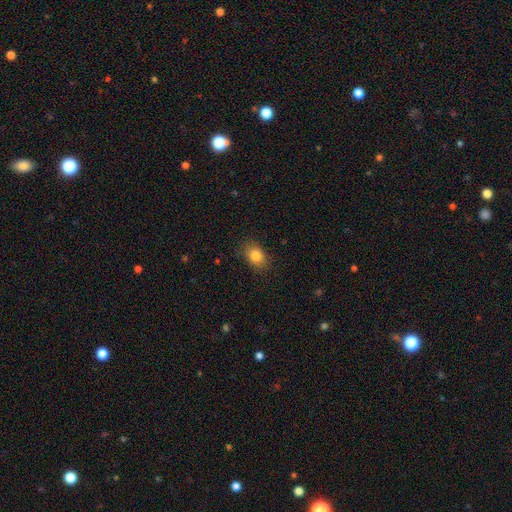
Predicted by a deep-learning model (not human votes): This appears to be a smooth galaxy with no disk features (83%) that is in between round and cigar-shaped (66%). Merging: none (85%).